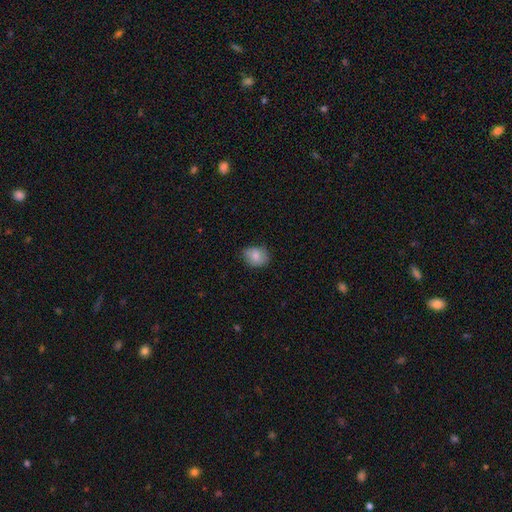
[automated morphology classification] Smooth or featured? Predicted: smooth (p=0.82). How rounded? Predicted: round (p=0.51). Merging? Predicted: none (p=0.75).